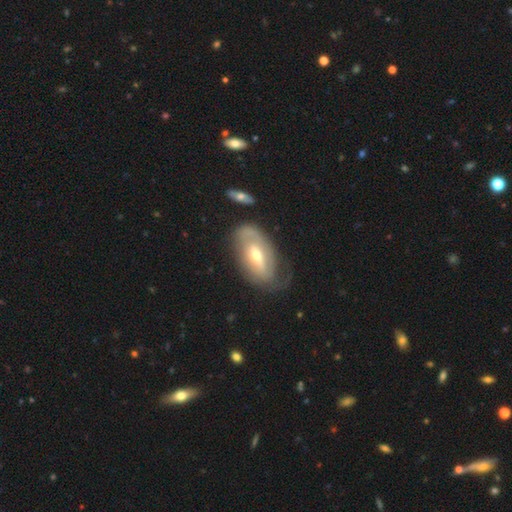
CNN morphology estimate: featured or disk 69%, smooth 25%, star or artifact 6%. Down the decision tree: edge-on disk — no (89%); bar — weak (42%); spiral arms — yes (73%); bulge size — moderate (54%); merging — none (55%).